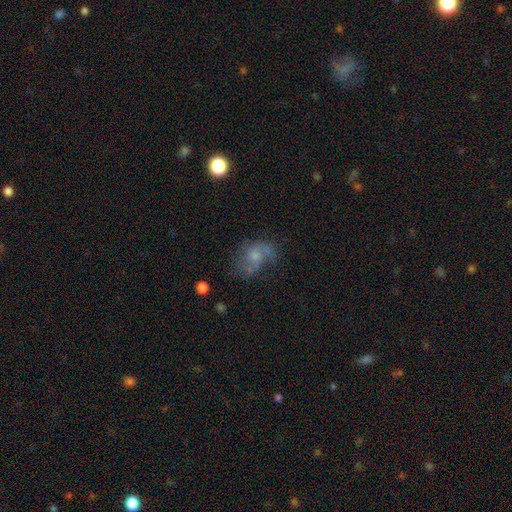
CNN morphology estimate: Smooth or featured? featured or disk (52%)
Edge-on disk? no (97%)
Bar? no (75%)
Spiral arms? yes (69%)
Bulge size? small (41%)
Merging? none (41%)